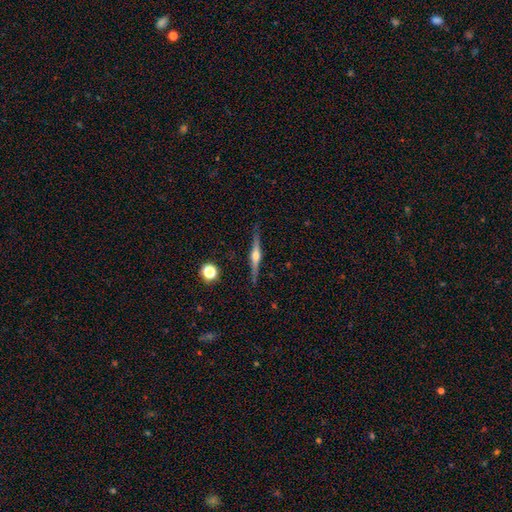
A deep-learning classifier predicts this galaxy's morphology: A featured or disk galaxy (79%) viewed edge-on (98%) with a rounded central bulge (92%).

Vote fractions:
- Smooth or featured? featured or disk: 79% / smooth: 15% / star or artifact: 6%
- Edge-on disk? yes: 98% / no: 2%
- Edge-on bulge? rounded: 92% / boxy: 5% / none: 3%
- Merging? none: 88% / minor disturbance: 9% / major disturbance: 2% / merger: 1%